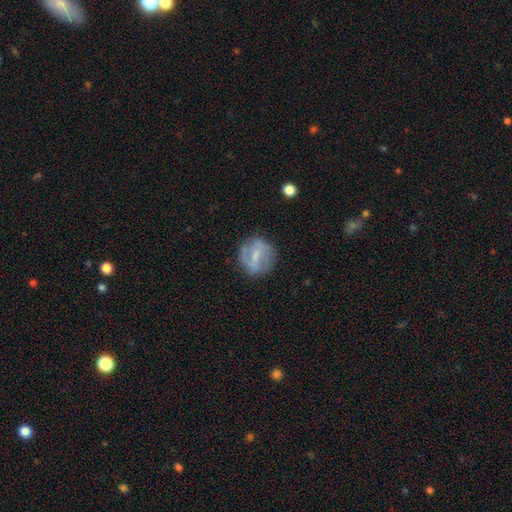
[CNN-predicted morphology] smooth-or-featured: featured or disk: 51% | smooth: 41% | star or artifact: 8%
  disk-edge-on: no: 96% | yes: 4%
  merging: none: 75% | minor disturbance: 16% | major disturbance: 7% | merger: 2%